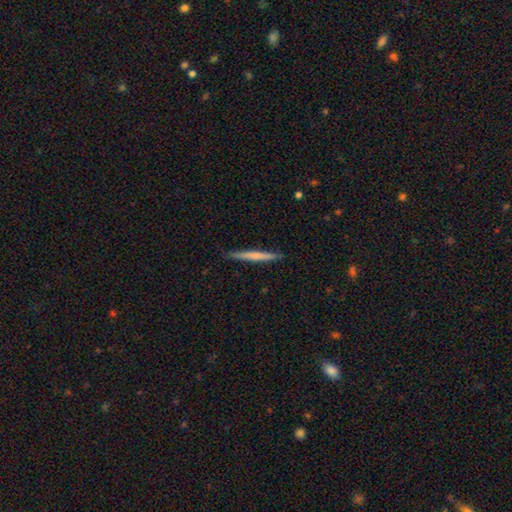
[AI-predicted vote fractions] A smooth galaxy with no disk features (61%) that is cigar-shaped (97%).

Vote fractions:
- Smooth or featured? smooth: 61% / featured or disk: 33% / star or artifact: 5%
- How rounded? cigar-shaped: 97% / in between: 2% / round: 1%
- Merging? none: 89% / minor disturbance: 8% / major disturbance: 1% / merger: 1%